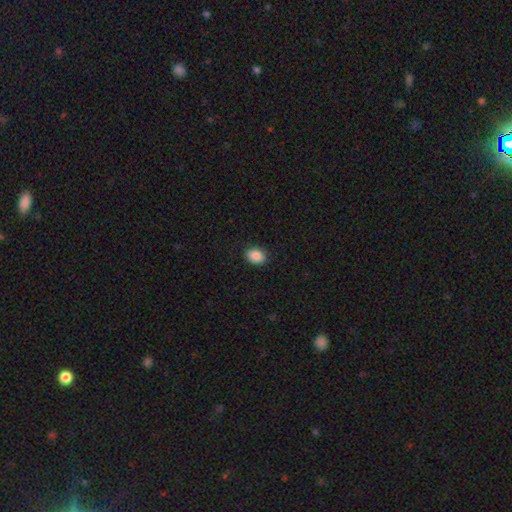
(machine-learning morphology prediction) This is clearly a smooth galaxy (89%). How rounded: likely in between (61%). Merging: clearly none (89%).